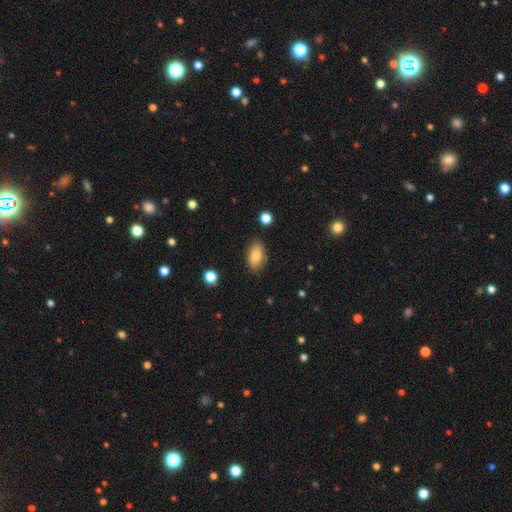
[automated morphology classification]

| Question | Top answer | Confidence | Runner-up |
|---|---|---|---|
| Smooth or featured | smooth | 80% | featured or disk (12%) |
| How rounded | in between | 91% | round (7%) |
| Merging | none | 84% | minor disturbance (12%) |